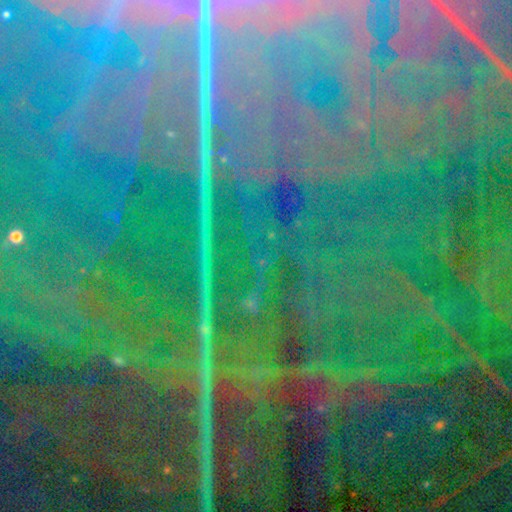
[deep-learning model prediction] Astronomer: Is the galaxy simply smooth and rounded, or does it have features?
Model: star or artifact — 87%.